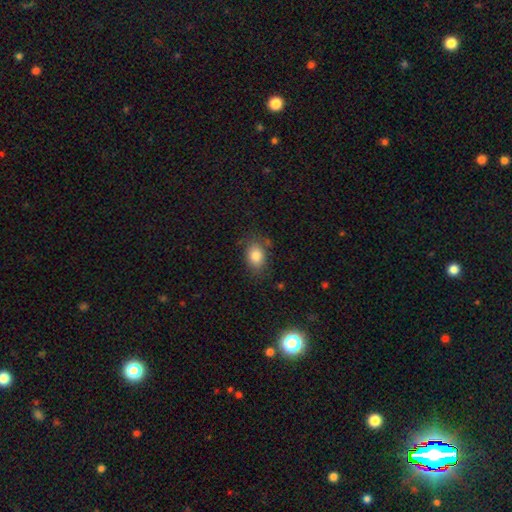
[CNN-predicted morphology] smooth 83%, star or artifact 9%, featured or disk 8%. Down the decision tree: how rounded — in between (73%); merging — none (74%).